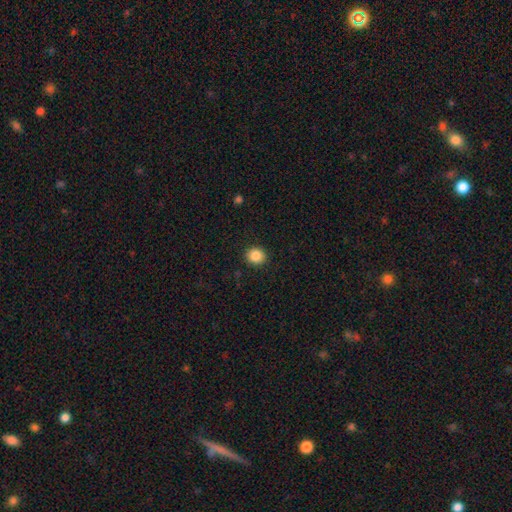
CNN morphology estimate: smooth 87%, star or artifact 10%, featured or disk 4%. Down the decision tree: how rounded — round (86%); merging — none (92%).